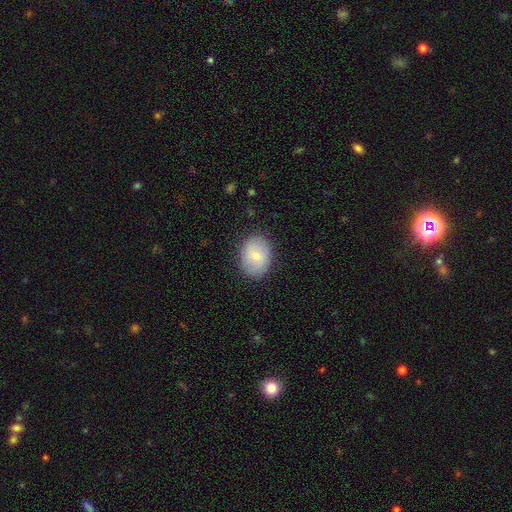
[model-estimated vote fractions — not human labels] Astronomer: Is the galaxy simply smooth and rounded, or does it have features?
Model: smooth — 73%.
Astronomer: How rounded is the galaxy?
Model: in between — 62% (runner-up: round, 37%).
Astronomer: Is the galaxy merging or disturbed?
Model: none — 84%.